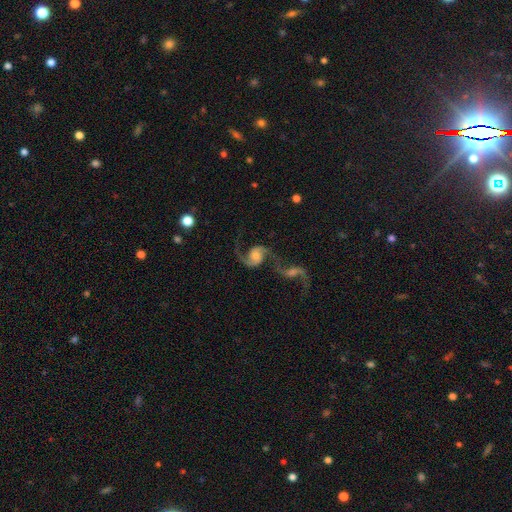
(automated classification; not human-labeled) Morphology: type=featured or disk (88%); edge-on=no (98%); bar=no (56%); spiral arms=yes (97%); winding=loose (60%); arm count=2 (89%); bulge=moderate (36%); merging=merger (41%).